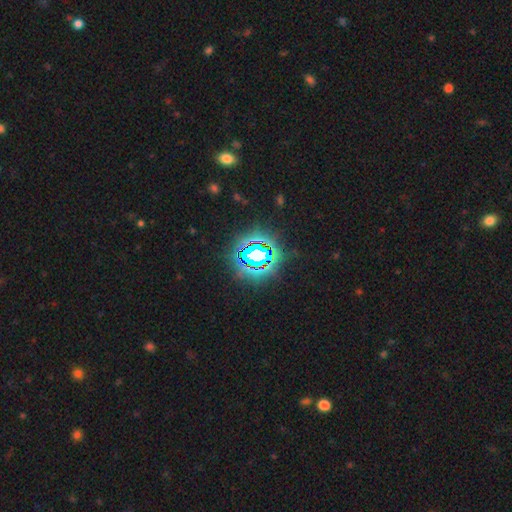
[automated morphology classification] Smooth or featured: star or artifact — 82% (smooth — 11%)